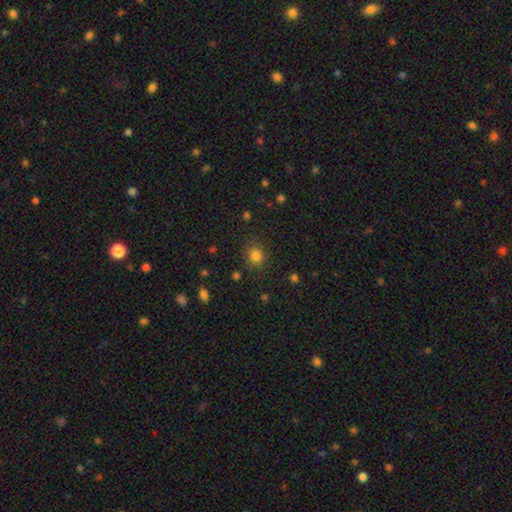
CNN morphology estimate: Smooth or featured? Predicted: smooth (p=0.80). How rounded? Predicted: round (p=0.79). Merging? Predicted: none (p=0.83).